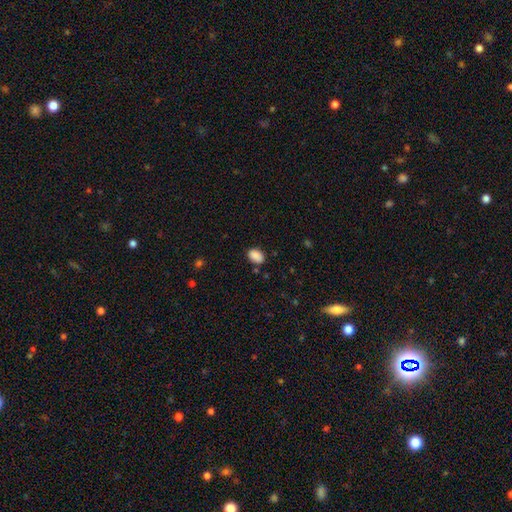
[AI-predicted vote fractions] This appears to be a smooth galaxy with no disk features (88%) that is in between round and cigar-shaped (87%). Merging: none (81%).